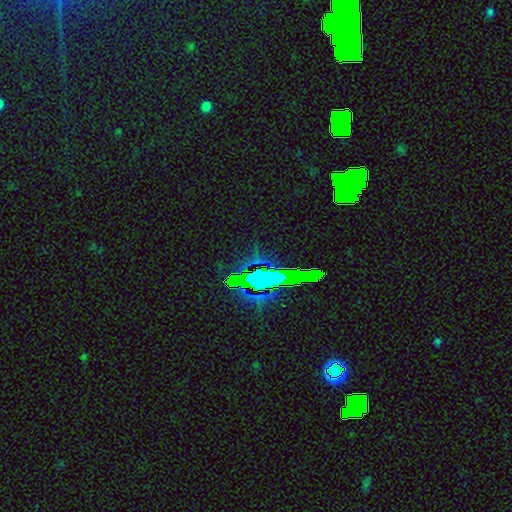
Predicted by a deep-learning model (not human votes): Smooth or featured? Predicted: star or artifact (p=0.76).